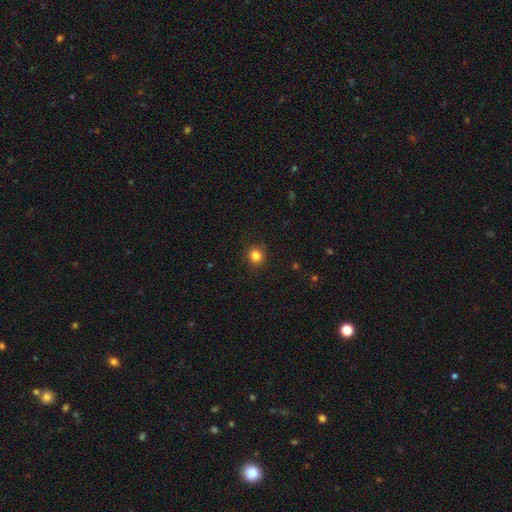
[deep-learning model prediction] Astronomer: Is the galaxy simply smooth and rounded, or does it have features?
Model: smooth — 83%.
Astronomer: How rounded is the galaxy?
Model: round — 89%.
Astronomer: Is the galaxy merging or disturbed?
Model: none — 90%.